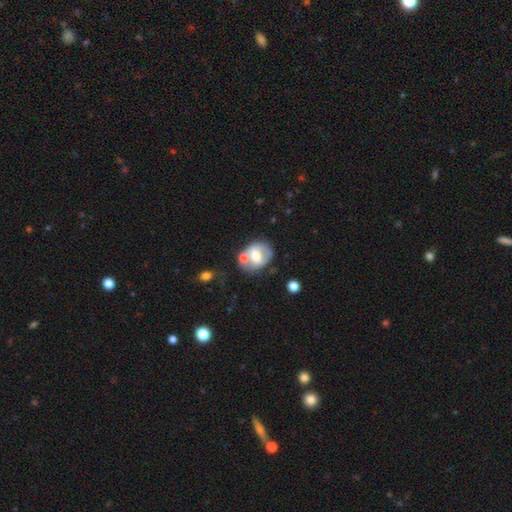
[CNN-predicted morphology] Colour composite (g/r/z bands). It shows a featured or disk galaxy (47%). Merging: none (49%).